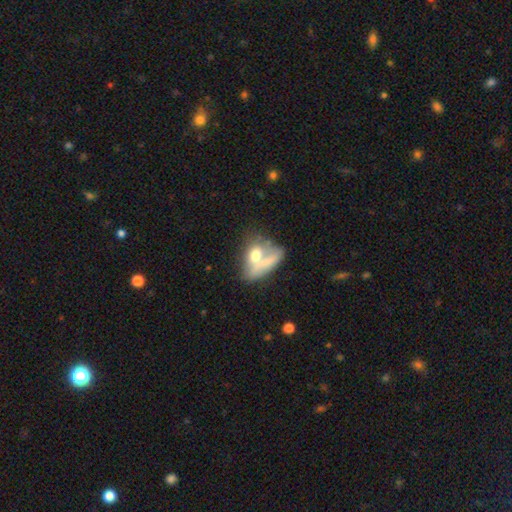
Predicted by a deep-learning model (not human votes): smooth_or_featured: smooth (p=0.61) [alt: featured or disk p=0.30]
how_rounded: in between (p=0.62) [alt: round p=0.28]
merging: merger (p=0.47) [alt: none p=0.24]